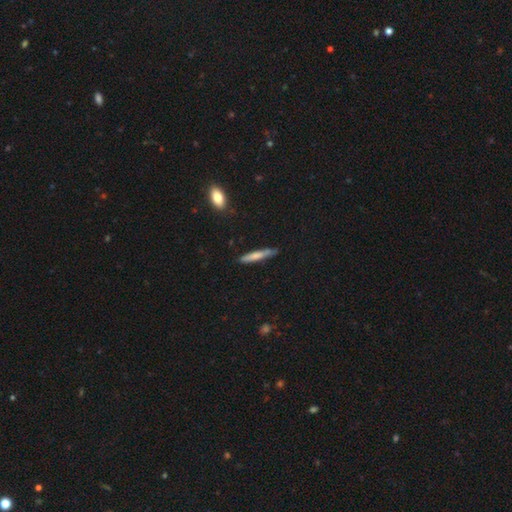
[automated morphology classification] Q: Smooth or featured?
A: smooth (68%); runner-up: featured or disk (26%)
Q: How rounded?
A: cigar-shaped (92%); runner-up: in between (6%)
Q: Merging?
A: none (77%); runner-up: minor disturbance (17%)